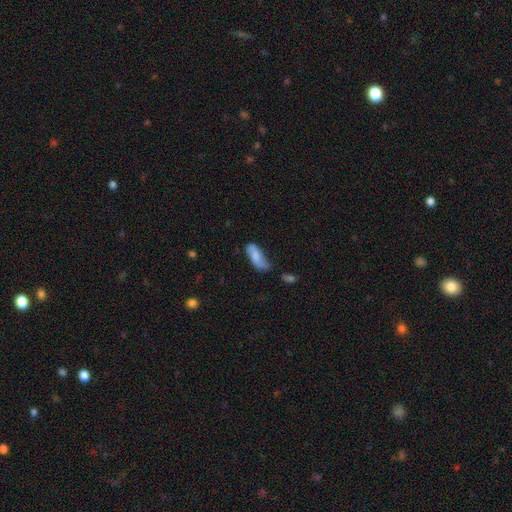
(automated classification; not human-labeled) This is likely a smooth galaxy (68%). How rounded: likely in between (73%). Merging: marginally none (44%).